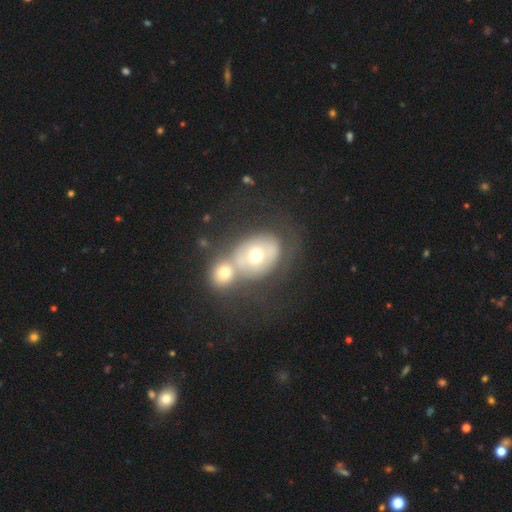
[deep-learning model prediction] Q: Smooth or featured?
A: smooth (49%); runner-up: featured or disk (42%)
Q: Merging?
A: merger (60%); runner-up: none (23%)